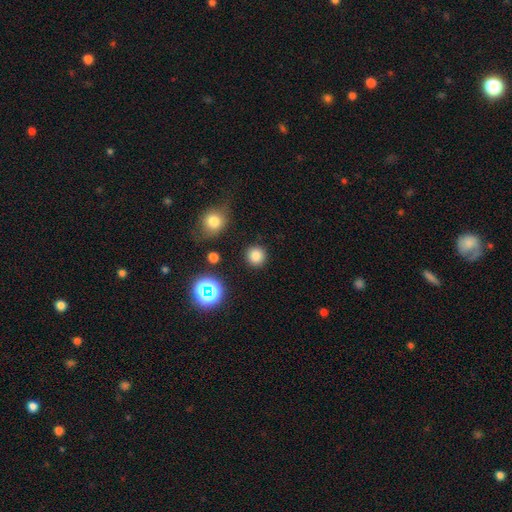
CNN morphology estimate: smooth 80%, star or artifact 15%, featured or disk 5%. Down the decision tree: how rounded — round (94%); merging — none (89%).